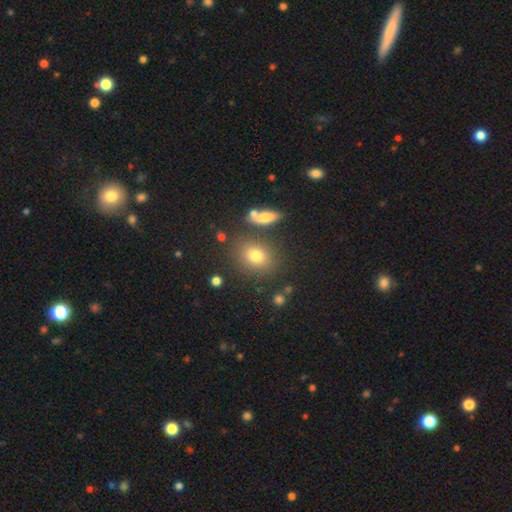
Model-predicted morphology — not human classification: smooth-or-featured: smooth: 75% | star or artifact: 14% | featured or disk: 11%
  how-rounded: round: 49% | in between: 48% | cigar-shaped: 2%
  merging: none: 78% | minor disturbance: 11% | merger: 7% | major disturbance: 4%